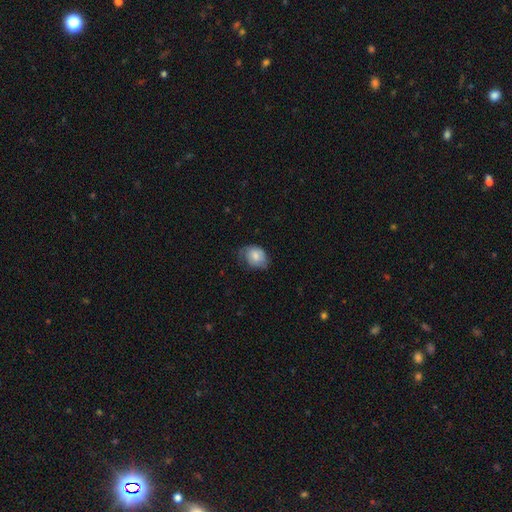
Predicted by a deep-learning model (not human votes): smooth 65%, featured or disk 28%, star or artifact 7%. Down the decision tree: how rounded — in between (69%); merging — none (49%).